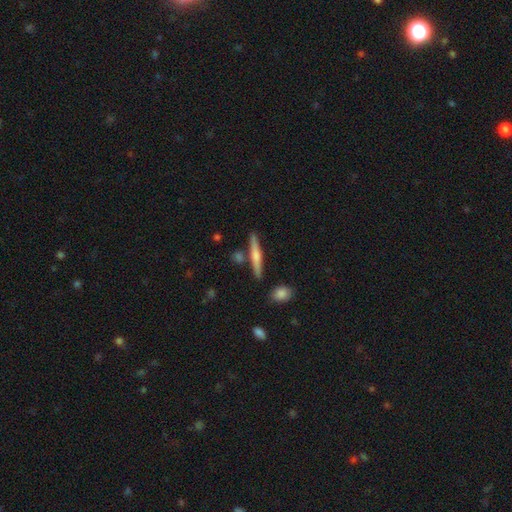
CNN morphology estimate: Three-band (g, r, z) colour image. It shows a featured or disk galaxy (49%). Merging: none (83%).